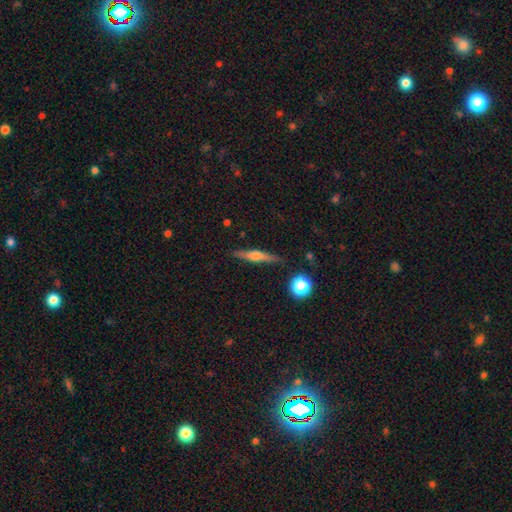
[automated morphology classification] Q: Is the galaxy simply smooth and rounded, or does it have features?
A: featured or disk — 61%.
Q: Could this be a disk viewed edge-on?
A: yes — 97%.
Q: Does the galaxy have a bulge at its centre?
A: rounded — 80%.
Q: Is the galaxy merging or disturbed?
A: none — 88%.